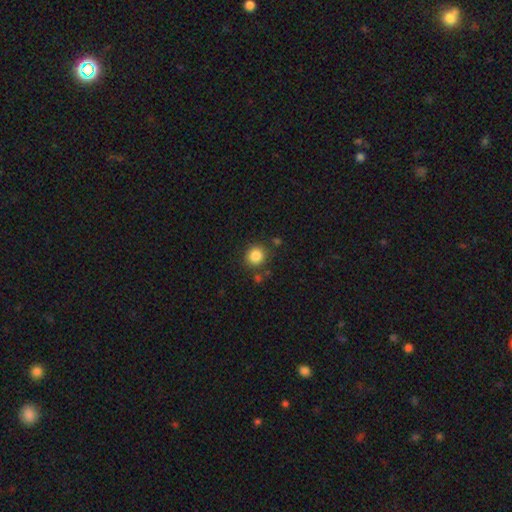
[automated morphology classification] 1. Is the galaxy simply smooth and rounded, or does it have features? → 85% smooth, 10% star or artifact, 5% featured or disk.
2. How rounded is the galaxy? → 88% round, 11% in between, 1% cigar-shaped.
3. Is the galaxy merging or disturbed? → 82% none, 10% minor disturbance, 5% merger, 3% major disturbance.